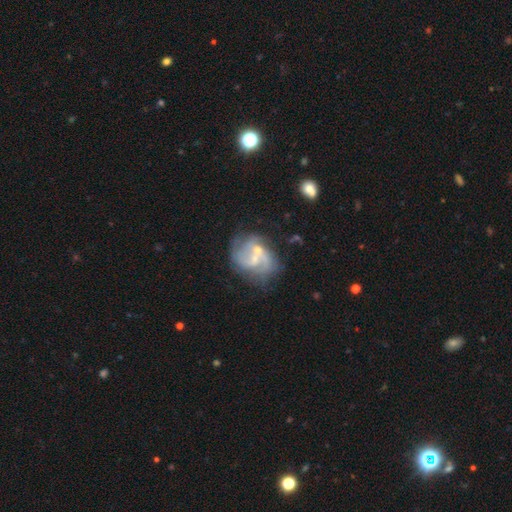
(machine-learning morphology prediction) featured or disk 75%, smooth 18%, star or artifact 8%. Down the decision tree: edge-on disk — no (98%); bar — no (53%); spiral arms — yes (80%); spiral arm count — 2 (60%); spiral winding — medium (46%); bulge size — small (58%); merging — none (39%).